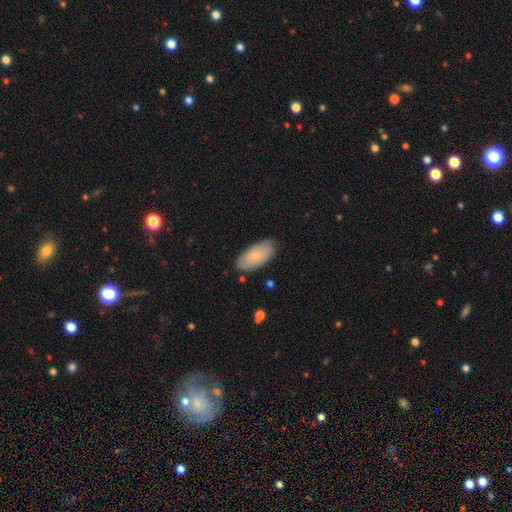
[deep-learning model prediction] Smooth or featured? smooth (75%)
How rounded? in between (93%)
Merging? none (81%)